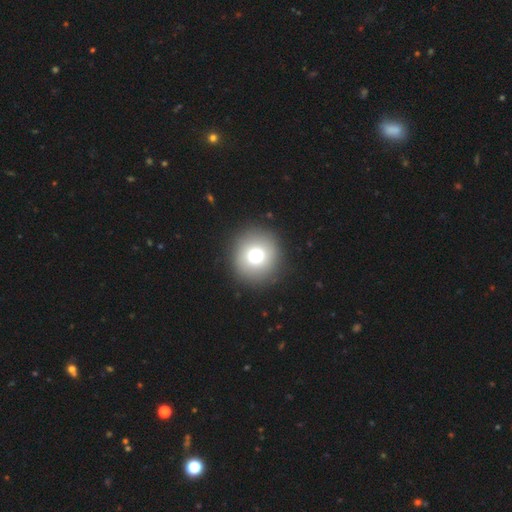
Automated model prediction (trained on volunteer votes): This is likely a smooth galaxy (73%). How rounded: clearly round (93%). Merging: clearly none (91%).